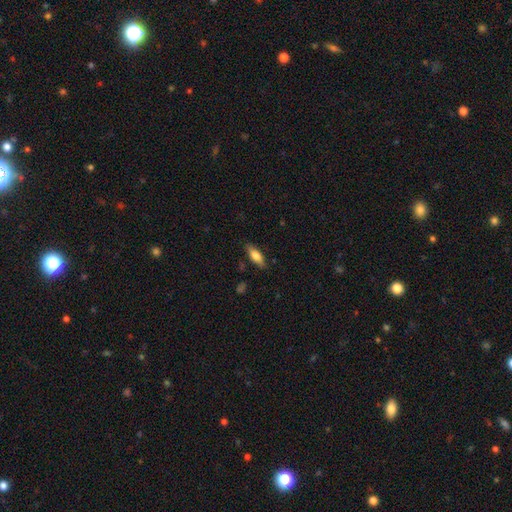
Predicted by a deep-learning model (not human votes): smooth_or_featured: smooth (p=0.74) [alt: featured or disk p=0.19]
how_rounded: in between (p=0.64) [alt: cigar-shaped p=0.33]
merging: none (p=0.83) [alt: minor disturbance p=0.13]